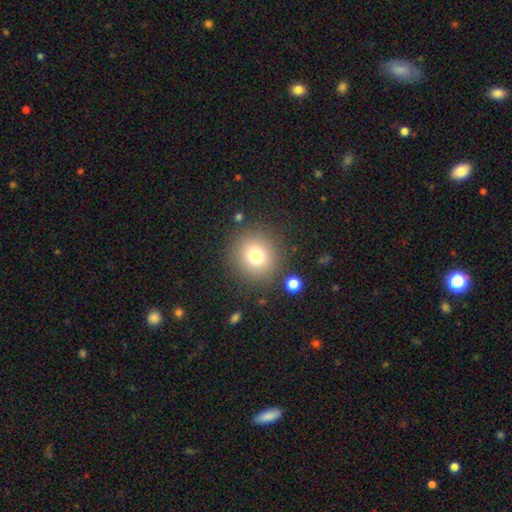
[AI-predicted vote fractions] The model was most divided on "smooth or featured": smooth: 76%, star or artifact: 14%, featured or disk: 10%. More confident: how rounded — round (92%); merging — none (86%).